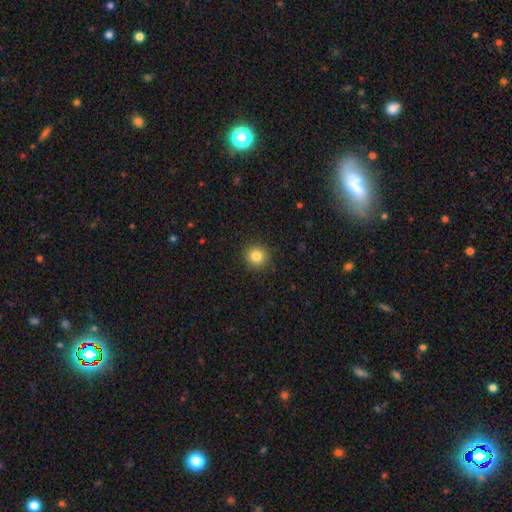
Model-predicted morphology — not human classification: Q: Smooth or featured?
A: smooth (83%); runner-up: star or artifact (11%)
Q: How rounded?
A: round (93%); runner-up: in between (6%)
Q: Merging?
A: none (91%); runner-up: minor disturbance (6%)